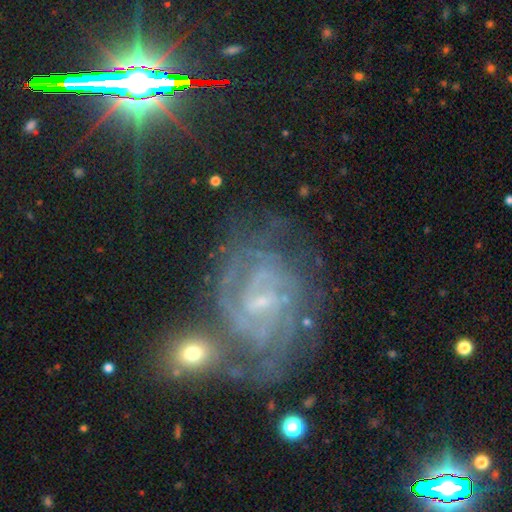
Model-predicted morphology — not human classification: Q: Smooth or featured?
A: featured or disk (85%); runner-up: star or artifact (8%)
Q: Edge-on disk?
A: no (97%); runner-up: yes (3%)
Q: Bar?
A: weak (51%); runner-up: no (28%)
Q: Spiral arms?
A: yes (95%); runner-up: no (5%)
Q: Spiral winding?
A: tight (61%); runner-up: medium (32%)
Q: Spiral arm count?
A: can't tell (29%); runner-up: 2 (28%)
Q: Bulge size?
A: small (71%); runner-up: moderate (18%)
Q: Merging?
A: none (53%); runner-up: merger (18%)